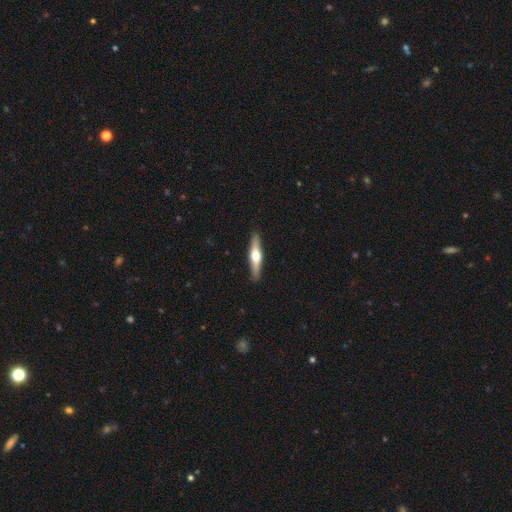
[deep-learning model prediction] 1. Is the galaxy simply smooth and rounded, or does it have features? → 59% featured or disk, 36% smooth, 5% star or artifact.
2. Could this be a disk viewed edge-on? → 95% yes, 5% no.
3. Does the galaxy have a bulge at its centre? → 95% rounded, 3% boxy, 3% none.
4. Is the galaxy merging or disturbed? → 90% none, 7% minor disturbance, 2% major disturbance, 1% merger.